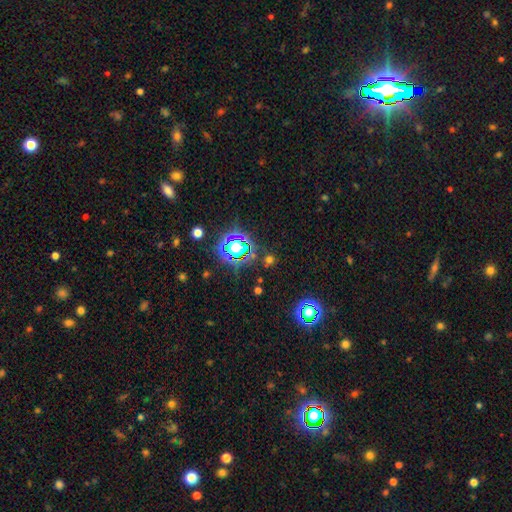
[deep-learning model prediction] A star or artifact, not a galaxy (79%).

Vote fractions:
- Smooth or featured? star or artifact: 79% / smooth: 14% / featured or disk: 8%